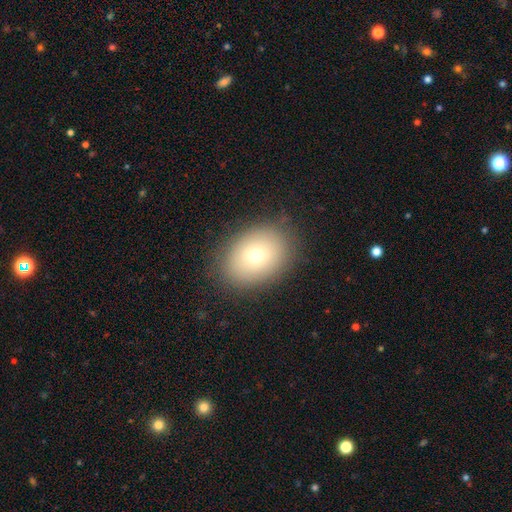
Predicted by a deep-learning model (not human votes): The model was most divided on "how rounded": in between: 67%, round: 32%, cigar-shaped: 1%. More confident: merging — none (85%); smooth or featured — smooth (70%).